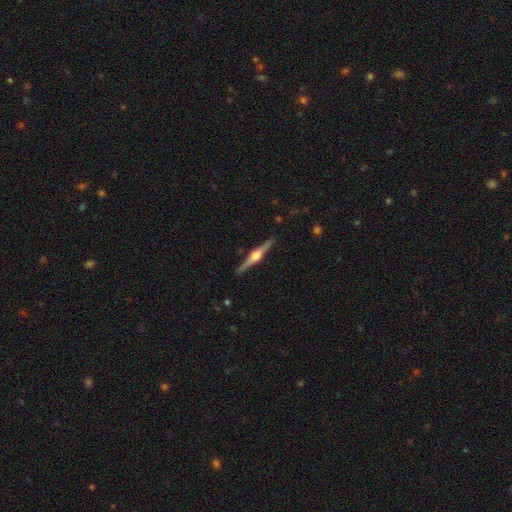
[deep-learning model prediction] This appears to be a featured or disk galaxy (83%) viewed edge-on (99%) with a rounded central bulge (93%). Merging: none (91%).